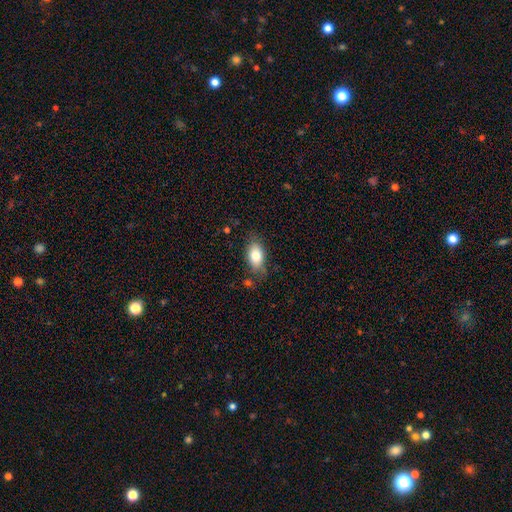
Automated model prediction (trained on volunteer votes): The model was most divided on "merging": none: 74%, minor disturbance: 18%, major disturbance: 5%, merger: 3%. More confident: how rounded — in between (89%); smooth or featured — smooth (81%).